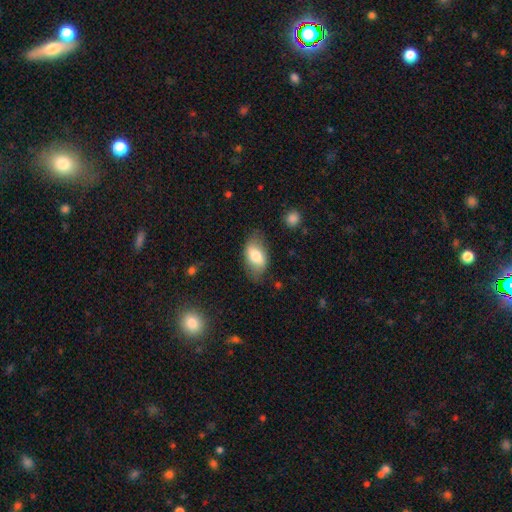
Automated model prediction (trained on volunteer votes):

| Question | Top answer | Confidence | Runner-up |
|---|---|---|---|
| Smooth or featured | smooth | 70% | featured or disk (23%) |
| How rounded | in between | 92% | round (5%) |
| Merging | none | 71% | minor disturbance (21%) |